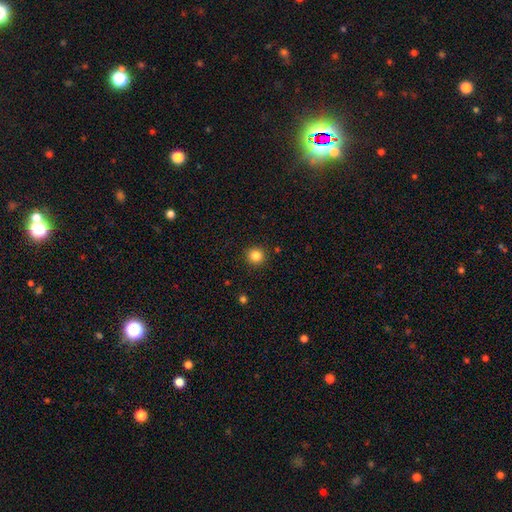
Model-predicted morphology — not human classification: smooth-or-featured: smooth: 84% | star or artifact: 12% | featured or disk: 5%
  how-rounded: round: 93% | in between: 6% | cigar-shaped: 1%
  merging: none: 91% | minor disturbance: 6% | major disturbance: 2% | merger: 1%